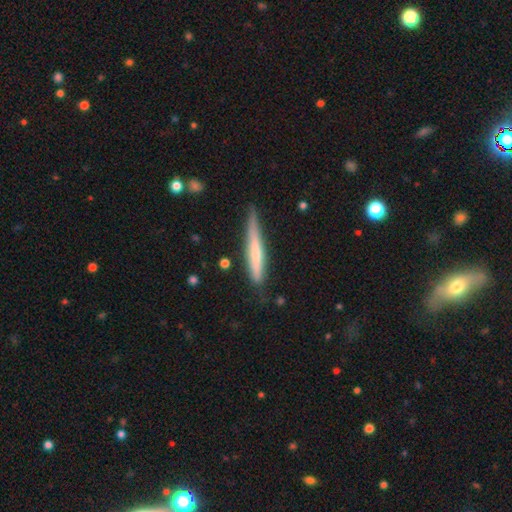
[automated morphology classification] A smooth galaxy with no disk features (57%) that is cigar-shaped (92%). Merging: none (70%).